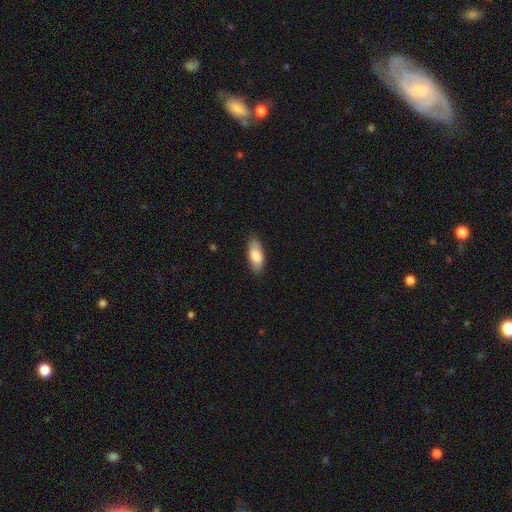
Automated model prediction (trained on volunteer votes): smooth_or_featured: smooth (p=0.82) [alt: featured or disk p=0.12]
how_rounded: in between (p=0.80) [alt: cigar-shaped p=0.17]
merging: none (p=0.83) [alt: minor disturbance p=0.13]